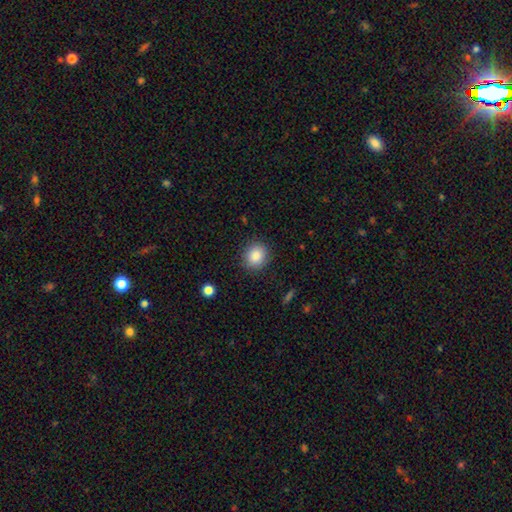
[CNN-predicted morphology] smooth 86%, star or artifact 9%, featured or disk 5%. Down the decision tree: how rounded — round (80%); merging — none (88%).